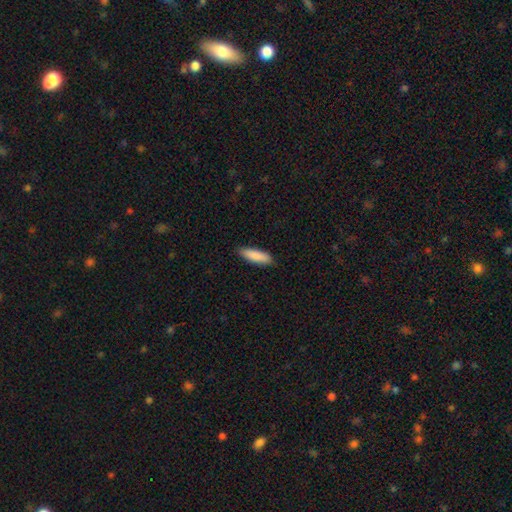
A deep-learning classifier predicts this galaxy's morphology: Q: Smooth or featured?
A: smooth (89%); runner-up: featured or disk (6%)
Q: How rounded?
A: cigar-shaped (56%); runner-up: in between (42%)
Q: Merging?
A: none (87%); runner-up: minor disturbance (10%)